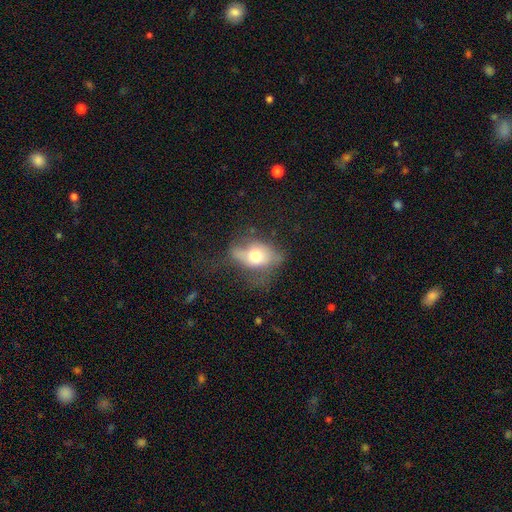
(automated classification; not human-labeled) Q: Smooth or featured?
A: smooth (58%); runner-up: featured or disk (34%)
Q: How rounded?
A: in between (81%); runner-up: round (15%)
Q: Merging?
A: none (37%); runner-up: minor disturbance (31%)